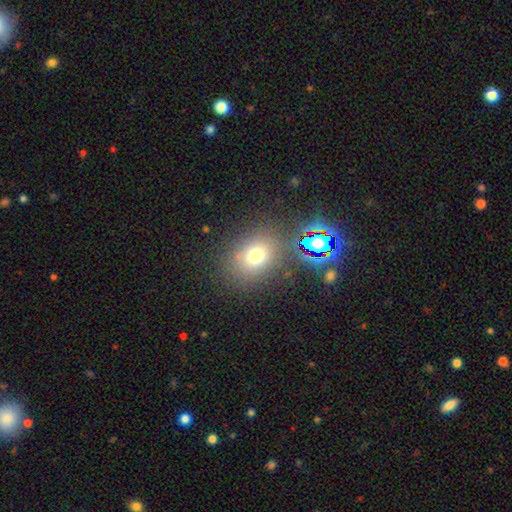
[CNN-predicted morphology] Overall: smooth (69%). How rounded: round (56%; in between 43%). Merging: none (77%).